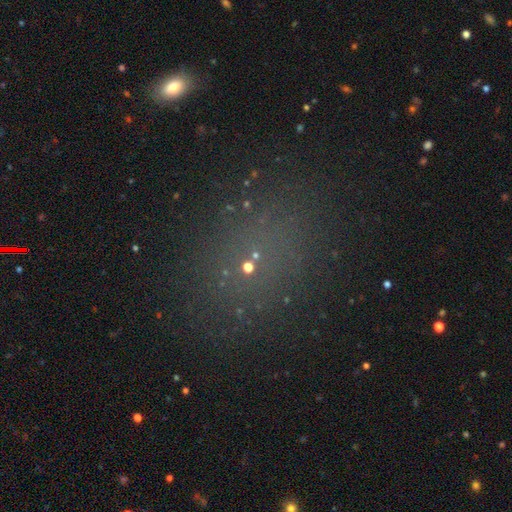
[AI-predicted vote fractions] Smooth or featured? star or artifact (43%)